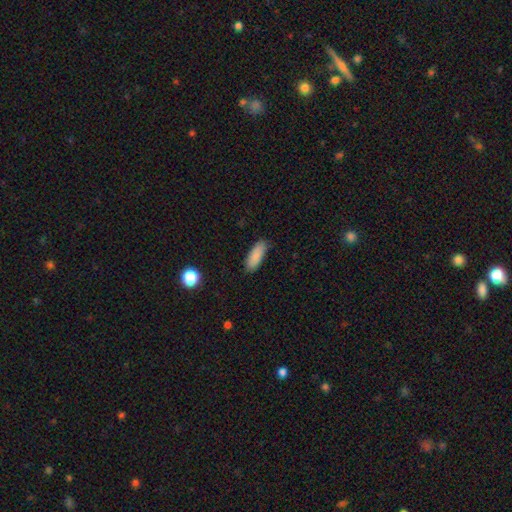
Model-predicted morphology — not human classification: Smooth or featured?
  - smooth: 88% *
  - star or artifact: 7%
  - featured or disk: 5%
How rounded?
  - in between: 67% *
  - cigar-shaped: 31%
  - round: 2%
Merging?
  - none: 84% *
  - minor disturbance: 12%
  - major disturbance: 2%
  - merger: 1%